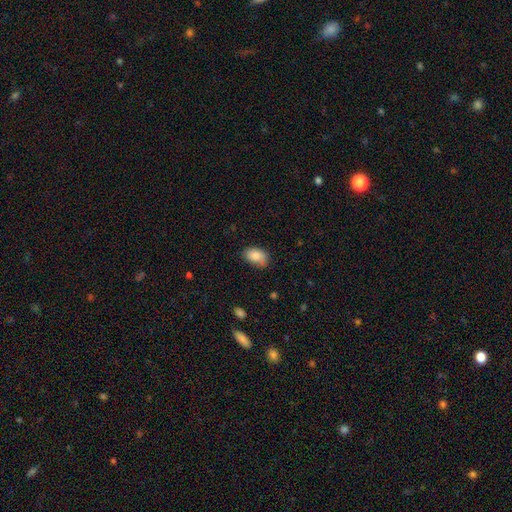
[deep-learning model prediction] Q: Smooth or featured?
A: smooth (87%); runner-up: star or artifact (7%)
Q: How rounded?
A: in between (88%); runner-up: round (11%)
Q: Merging?
A: none (69%); runner-up: minor disturbance (25%)